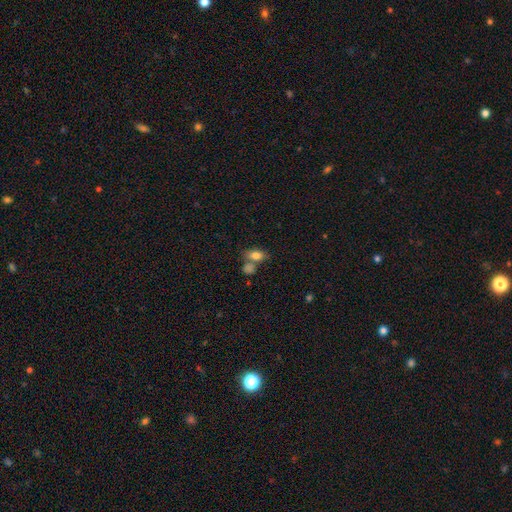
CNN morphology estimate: This is likely a smooth galaxy (78%). How rounded: clearly in between (82%). Merging: possibly none (50%).